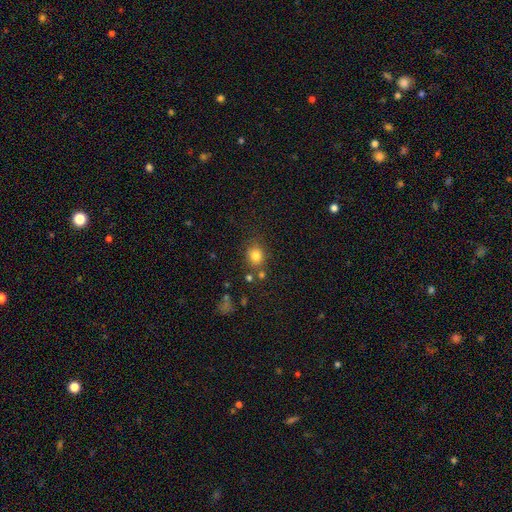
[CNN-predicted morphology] The model was most divided on "how rounded": round: 75%, in between: 24%, cigar-shaped: 1%. More confident: smooth or featured — smooth (81%); merging — none (75%).